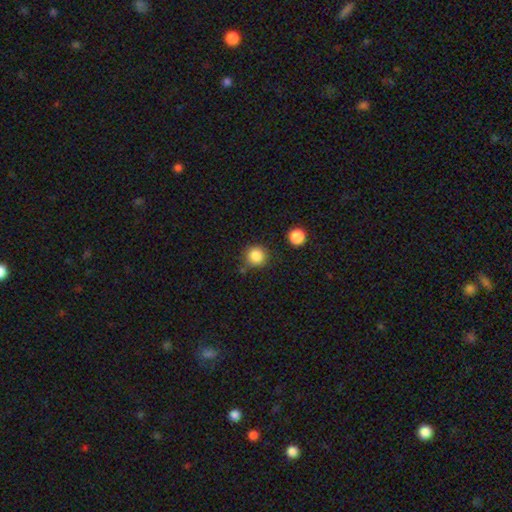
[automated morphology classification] Smooth or featured?
  - smooth: 86% *
  - star or artifact: 10%
  - featured or disk: 4%
How rounded?
  - round: 93% *
  - in between: 6%
  - cigar-shaped: 1%
Merging?
  - none: 80% *
  - minor disturbance: 11%
  - merger: 5%
  - major disturbance: 4%